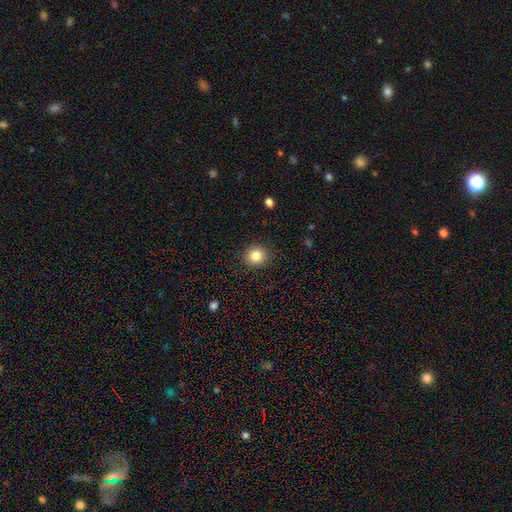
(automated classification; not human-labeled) This appears to be a smooth galaxy with no disk features (84%) that is round (88%). Merging: none (90%).